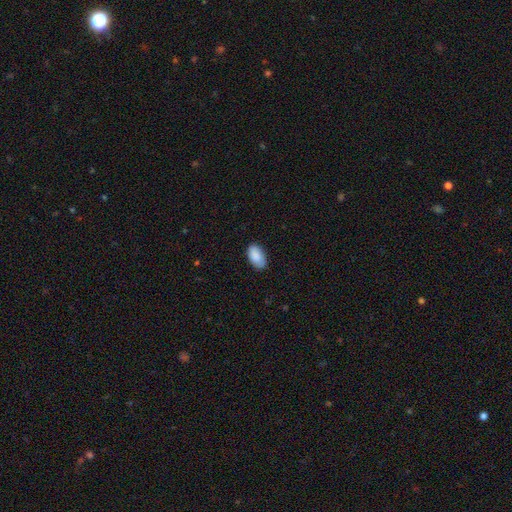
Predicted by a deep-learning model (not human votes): smooth_or_featured: smooth (p=0.87) [alt: featured or disk p=0.06]
how_rounded: in between (p=0.95) [alt: round p=0.04]
merging: none (p=0.83) [alt: minor disturbance p=0.14]